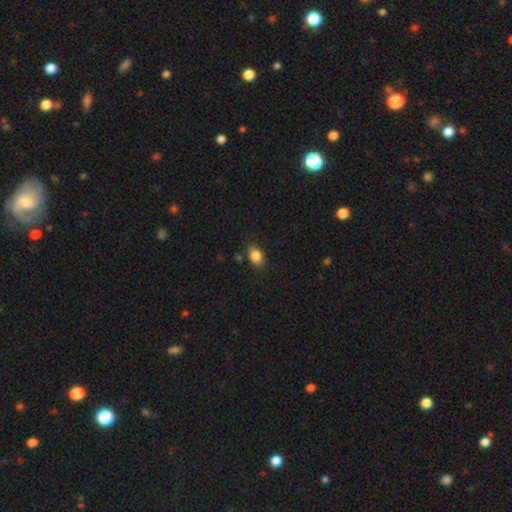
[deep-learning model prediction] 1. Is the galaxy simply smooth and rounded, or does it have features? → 85% smooth, 9% star or artifact, 5% featured or disk.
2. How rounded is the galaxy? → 76% in between, 23% round, 1% cigar-shaped.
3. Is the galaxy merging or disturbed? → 82% none, 12% minor disturbance, 3% merger, 3% major disturbance.